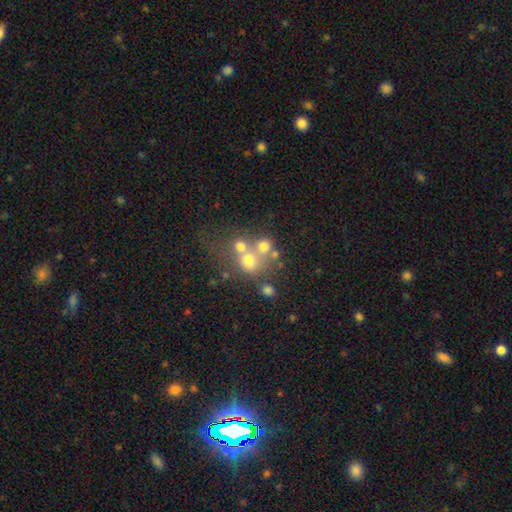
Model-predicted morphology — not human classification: Smooth or featured? smooth (45%)
Merging? merger (50%)